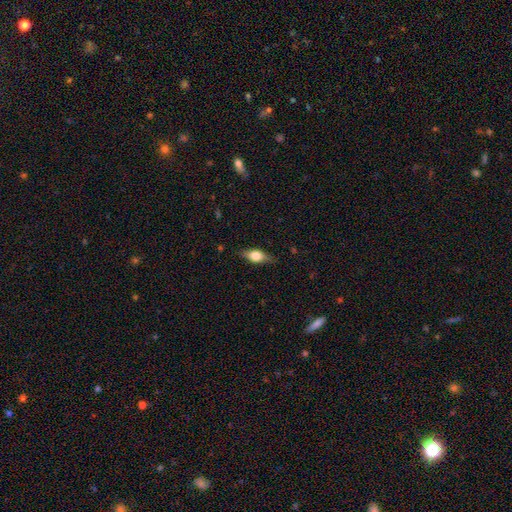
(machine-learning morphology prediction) This appears to be a smooth galaxy with no disk features (57%) that is in between round and cigar-shaped (72%). Merging: none (81%).